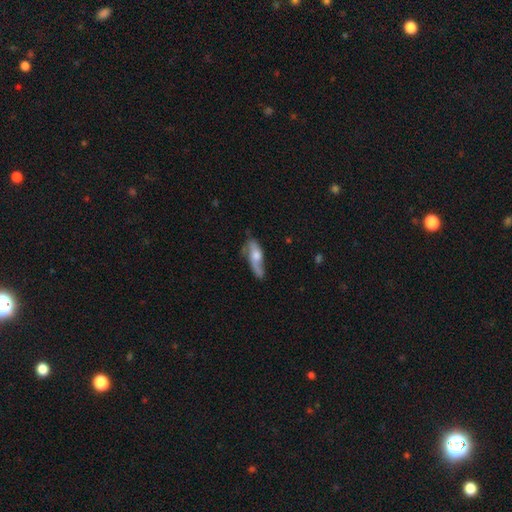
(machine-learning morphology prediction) The model was most divided on "smooth or featured" (2-way tie): featured or disk: 47%, smooth: 47%, star or artifact: 6%. More confident: merging — none (51%).